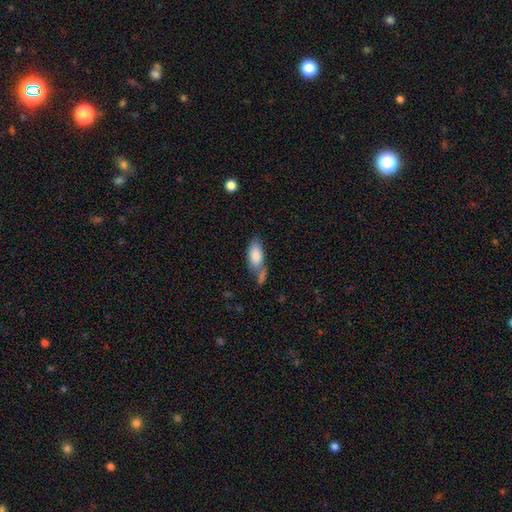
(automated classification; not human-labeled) Smooth or featured? smooth (81%)
How rounded? in between (87%)
Merging? none (44%)